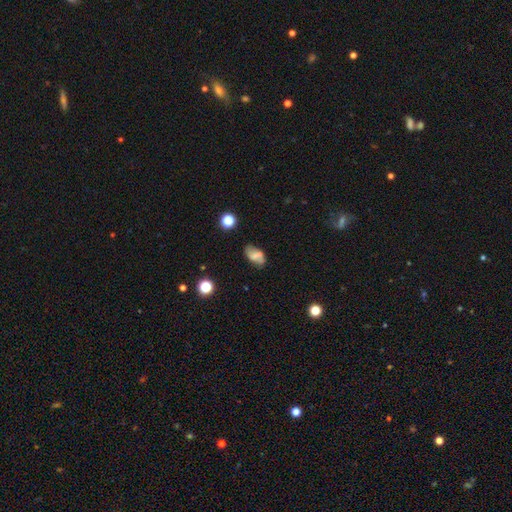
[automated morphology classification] This is possibly a smooth galaxy (54%). How rounded: clearly in between (88%). Merging: likely none (64%).